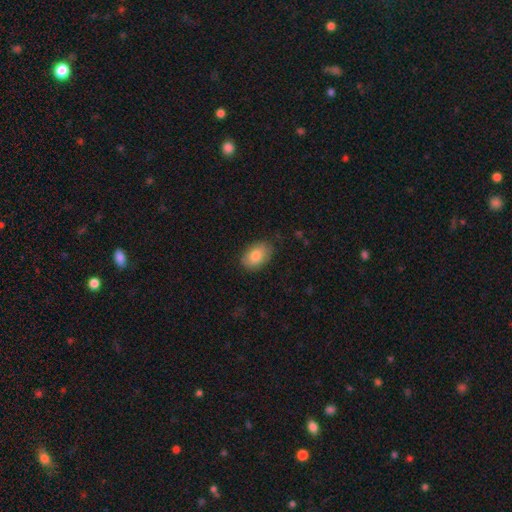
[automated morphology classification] A smooth galaxy with no disk features (84%) that is in between round and cigar-shaped (87%). Merging: none (82%).